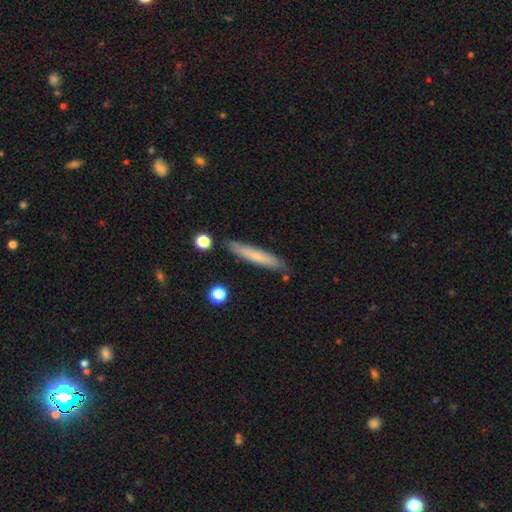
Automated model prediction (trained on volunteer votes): Smooth or featured? smooth (69%)
How rounded? cigar-shaped (93%)
Merging? none (85%)